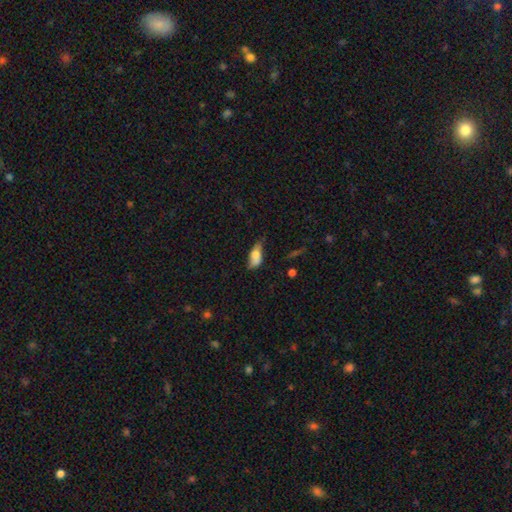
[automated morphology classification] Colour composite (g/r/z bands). It shows a smooth galaxy with no disk features (73%) that is in between round and cigar-shaped (85%). Merging: none (50%).